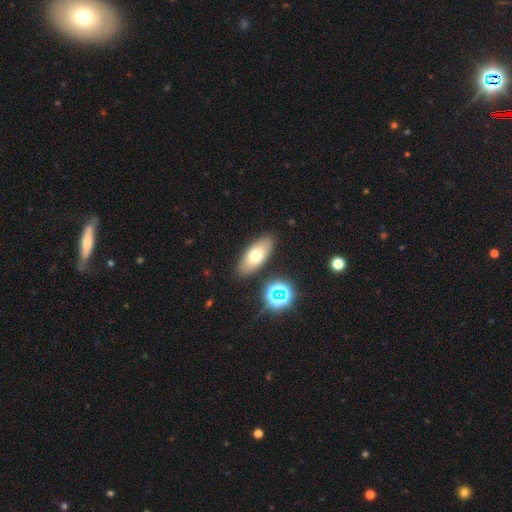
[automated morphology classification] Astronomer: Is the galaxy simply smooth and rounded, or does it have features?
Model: smooth — 67%.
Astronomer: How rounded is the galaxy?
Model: in between — 83%.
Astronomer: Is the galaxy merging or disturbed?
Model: none — 86%.